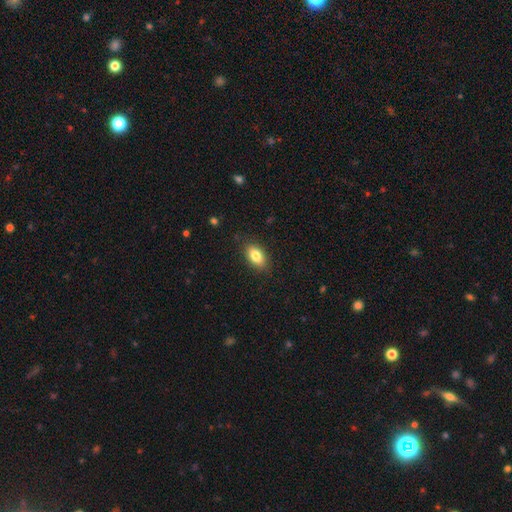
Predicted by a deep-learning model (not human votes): Smooth or featured: smooth — 82% (featured or disk — 10%)
How rounded: in between — 89% (round — 8%)
Merging: none — 86% (minor disturbance — 10%)